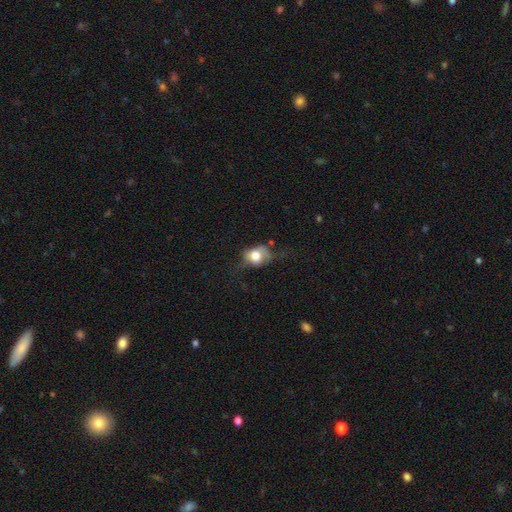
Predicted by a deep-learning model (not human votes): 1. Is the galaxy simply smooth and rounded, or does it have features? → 69% smooth, 22% featured or disk, 9% star or artifact.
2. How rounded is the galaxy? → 51% in between, 47% round, 2% cigar-shaped.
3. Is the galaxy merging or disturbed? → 39% none, 31% minor disturbance, 26% major disturbance, 4% merger.